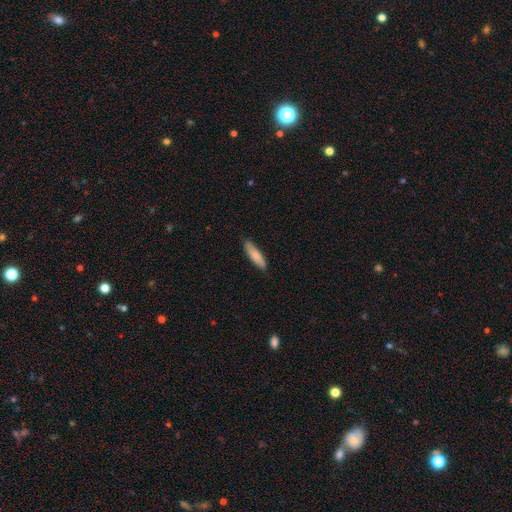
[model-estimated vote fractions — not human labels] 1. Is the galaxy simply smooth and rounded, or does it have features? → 83% smooth, 11% featured or disk, 5% star or artifact.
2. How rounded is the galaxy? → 62% cigar-shaped, 36% in between, 1% round.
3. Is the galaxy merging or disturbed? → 85% none, 12% minor disturbance, 2% major disturbance, 1% merger.